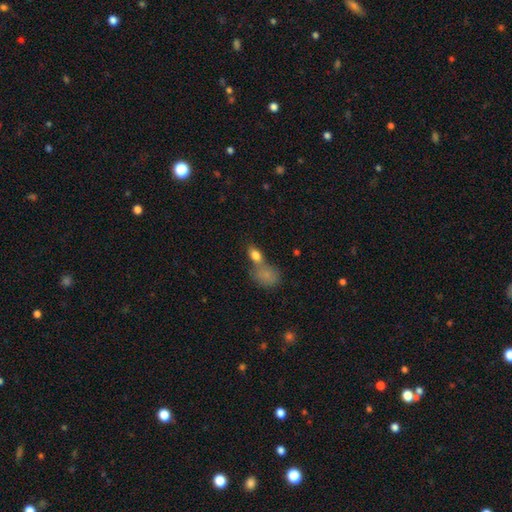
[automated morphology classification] Overall: smooth (80%). How rounded: in between (80%). Merging: merger (42%; none 41%).